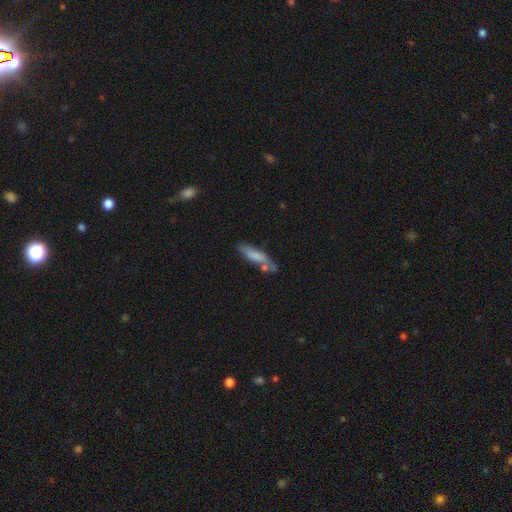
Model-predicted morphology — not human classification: Smooth or featured? smooth (71%)
How rounded? cigar-shaped (68%)
Merging? none (57%)